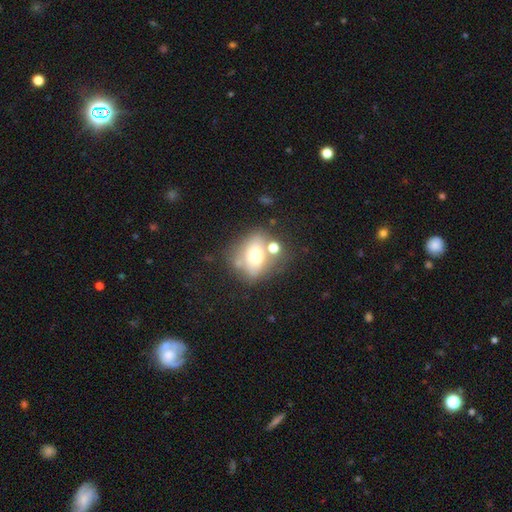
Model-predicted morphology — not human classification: Smooth or featured? Predicted: smooth (p=0.60). How rounded? Predicted: in between (p=0.61). Merging? Predicted: none (p=0.53).